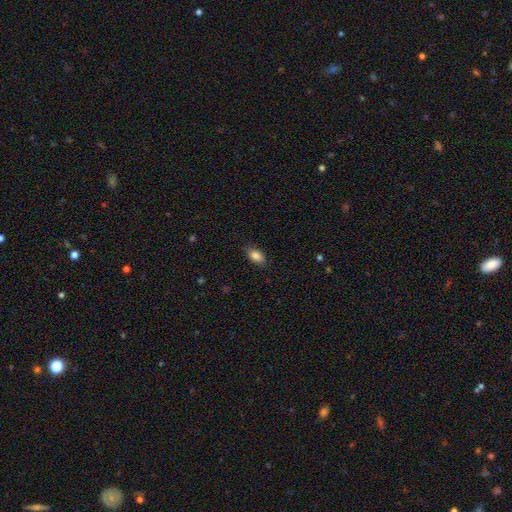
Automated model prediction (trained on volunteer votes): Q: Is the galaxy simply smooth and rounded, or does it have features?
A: smooth — 86%.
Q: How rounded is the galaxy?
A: in between — 90%.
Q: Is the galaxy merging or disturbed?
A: none — 84%.